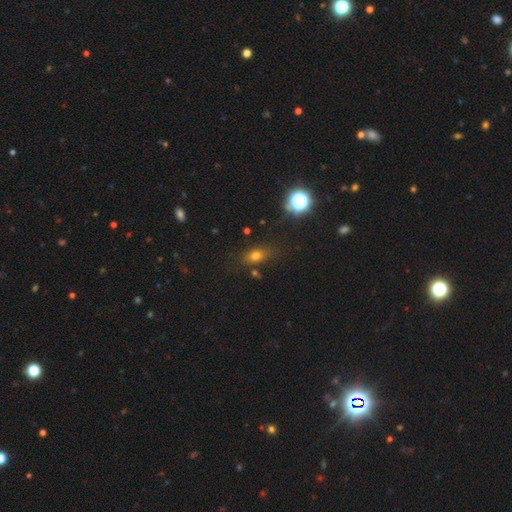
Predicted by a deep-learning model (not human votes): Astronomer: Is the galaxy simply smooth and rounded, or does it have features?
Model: smooth — 69%.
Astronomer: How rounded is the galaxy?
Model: in between — 68%.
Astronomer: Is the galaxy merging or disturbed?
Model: none — 75%.